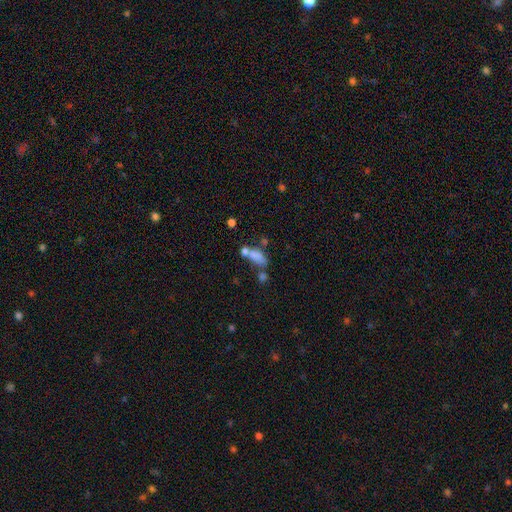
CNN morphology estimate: type=smooth (67%); roundness=in between (74%); merging=merger (40%).